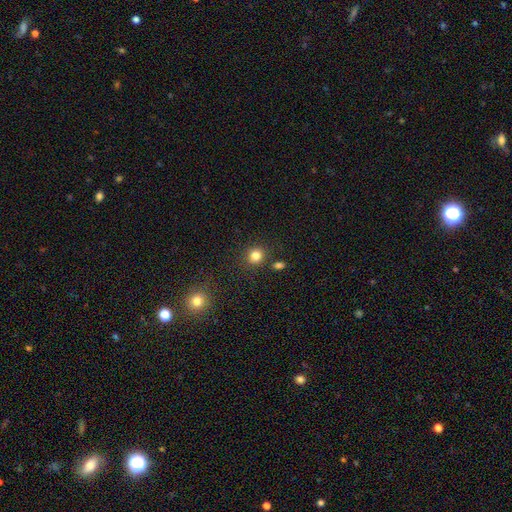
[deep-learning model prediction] A smooth galaxy with no disk features (82%) that is round (87%).

Vote fractions:
- Smooth or featured? smooth: 82% / star or artifact: 13% / featured or disk: 5%
- How rounded? round: 87% / in between: 12% / cigar-shaped: 1%
- Merging? none: 84% / minor disturbance: 8% / merger: 6% / major disturbance: 3%